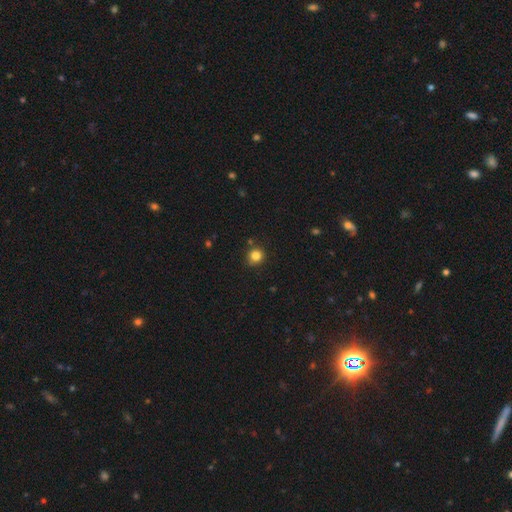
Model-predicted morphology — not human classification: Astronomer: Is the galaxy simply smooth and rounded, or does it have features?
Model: smooth — 83%.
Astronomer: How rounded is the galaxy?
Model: round — 86%.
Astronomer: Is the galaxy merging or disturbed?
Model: none — 84%.